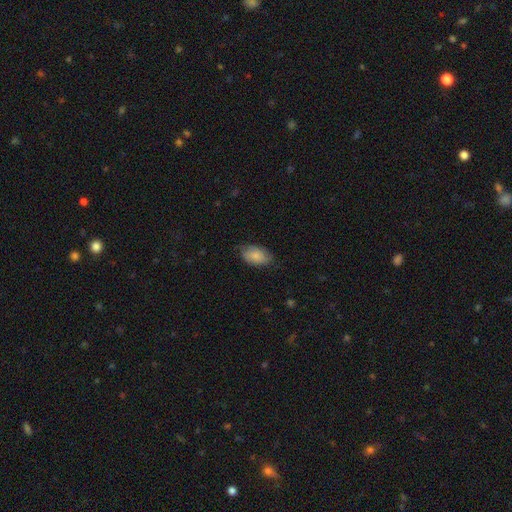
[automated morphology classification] type=smooth (80%); roundness=in between (93%); merging=none (68%).